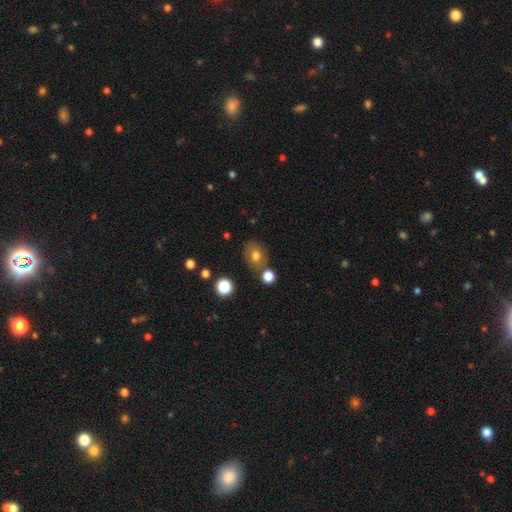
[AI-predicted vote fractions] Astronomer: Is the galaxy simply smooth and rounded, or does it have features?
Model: smooth — 75%.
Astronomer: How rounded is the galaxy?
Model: round — 51% (runner-up: in between, 48%).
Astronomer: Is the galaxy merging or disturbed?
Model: none — 73%.